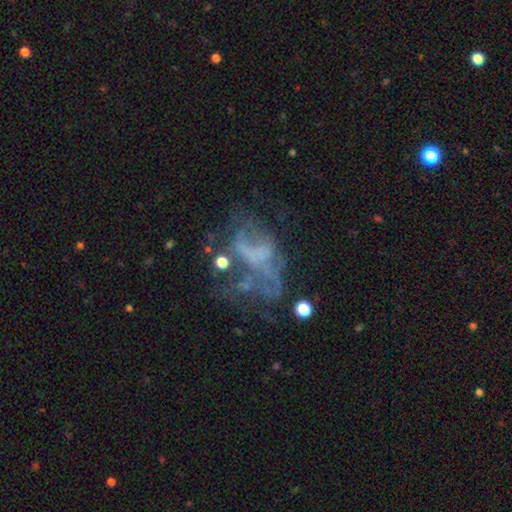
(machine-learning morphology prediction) featured or disk 60%, star or artifact 22%, smooth 19%. Down the decision tree: edge-on disk — no (97%); bar — no (81%); spiral arms — no (79%); bulge size — none (78%); merging — major disturbance (46%).